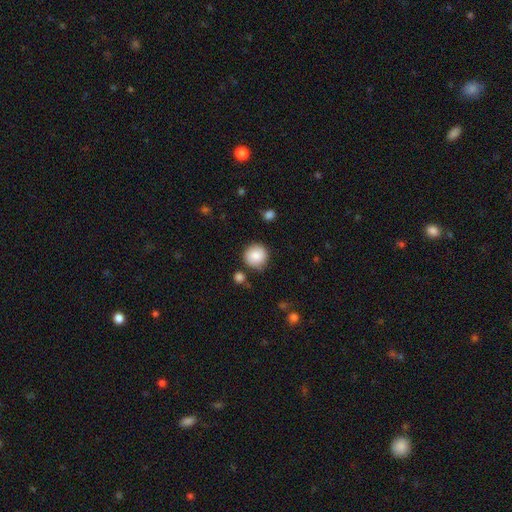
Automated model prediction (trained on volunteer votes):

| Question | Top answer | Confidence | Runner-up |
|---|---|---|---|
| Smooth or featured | smooth | 84% | featured or disk (8%) |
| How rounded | round | 93% | in between (6%) |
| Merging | none | 81% | minor disturbance (13%) |